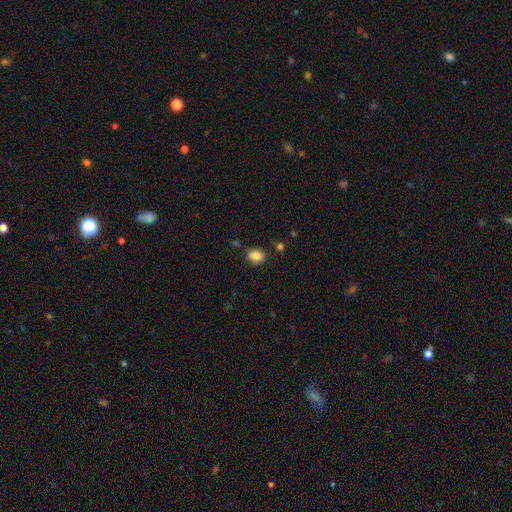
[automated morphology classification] Smooth or featured: smooth — 86% (star or artifact — 10%)
How rounded: round — 56% (in between — 43%)
Merging: none — 81% (minor disturbance — 12%)